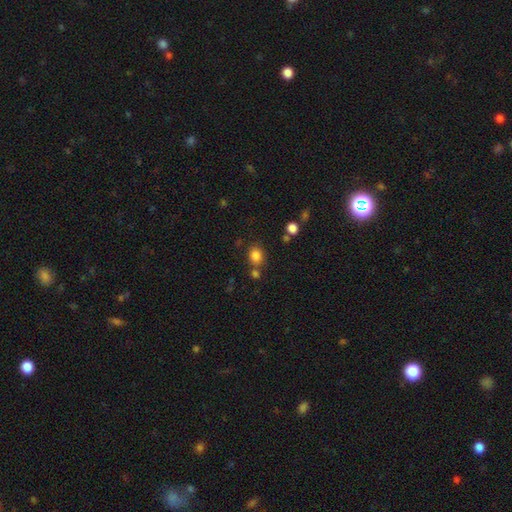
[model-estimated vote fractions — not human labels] smooth-or-featured: smooth: 83% | star or artifact: 12% | featured or disk: 5%
  how-rounded: round: 63% | in between: 36% | cigar-shaped: 1%
  merging: none: 71% | merger: 14% | minor disturbance: 11% | major disturbance: 4%